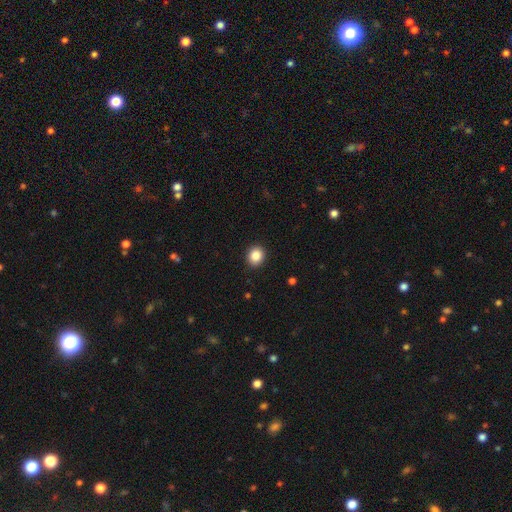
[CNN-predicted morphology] smooth 86%, star or artifact 10%, featured or disk 4%. Down the decision tree: how rounded — round (74%); merging — none (91%).